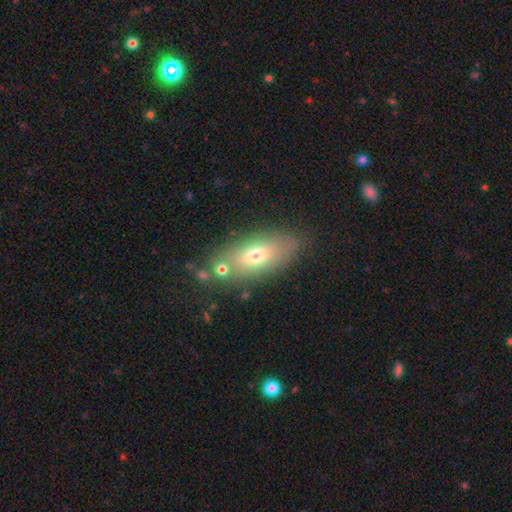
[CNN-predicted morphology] The model was most divided on "smooth or featured": smooth: 66%, featured or disk: 23%, star or artifact: 10%. More confident: how rounded — in between (77%); merging — none (74%).